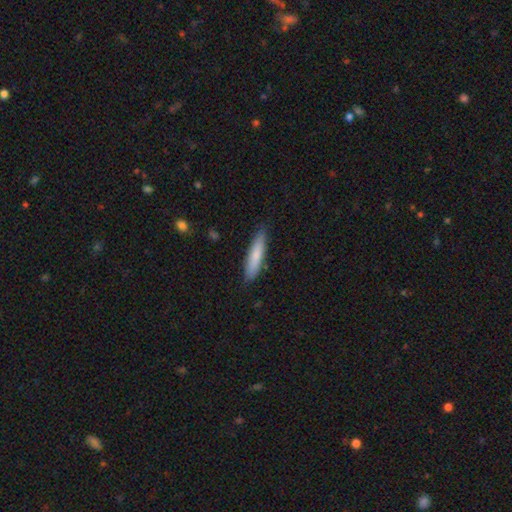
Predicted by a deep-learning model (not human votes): Q: Smooth or featured?
A: smooth (78%); runner-up: featured or disk (17%)
Q: How rounded?
A: cigar-shaped (83%); runner-up: in between (16%)
Q: Merging?
A: none (86%); runner-up: minor disturbance (11%)